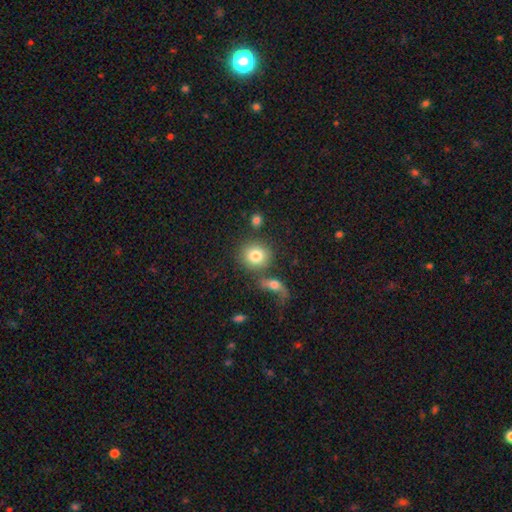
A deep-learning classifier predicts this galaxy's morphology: Q: Smooth or featured?
A: smooth (80%); runner-up: featured or disk (11%)
Q: How rounded?
A: round (82%); runner-up: in between (17%)
Q: Merging?
A: none (65%); runner-up: merger (19%)